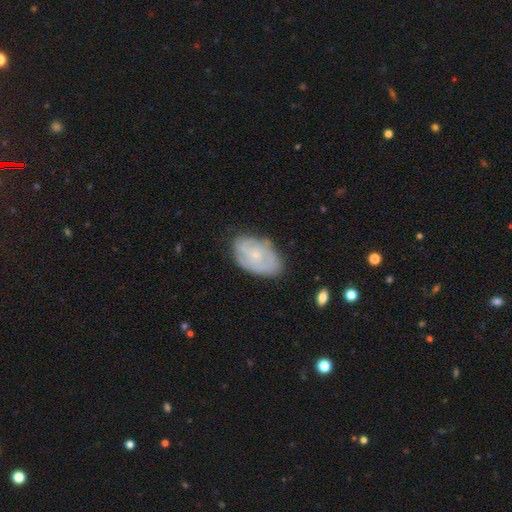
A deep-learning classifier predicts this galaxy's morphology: Smooth or featured? Predicted: featured or disk (p=0.65). Edge-on disk? Predicted: no (p=0.96). Bar? Predicted: no (p=0.79). Spiral arms? Predicted: yes (p=0.79). Bulge size? Predicted: small (p=0.79). Merging? Predicted: none (p=0.70).